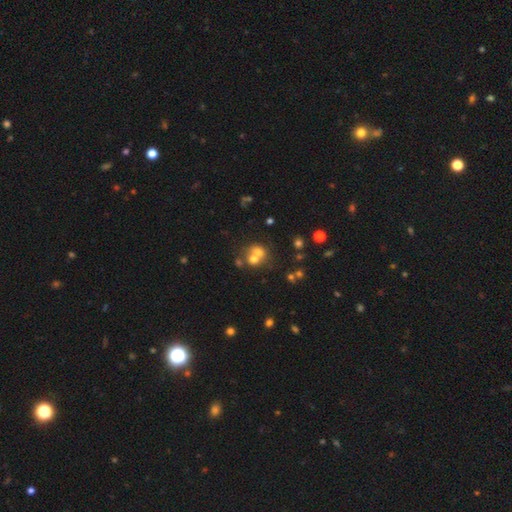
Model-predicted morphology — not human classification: Smooth or featured?
  - smooth: 60% *
  - featured or disk: 23%
  - star or artifact: 17%
How rounded?
  - round: 74% *
  - in between: 25%
  - cigar-shaped: 1%
Merging?
  - merger: 55% *
  - none: 34%
  - minor disturbance: 7%
  - major disturbance: 4%